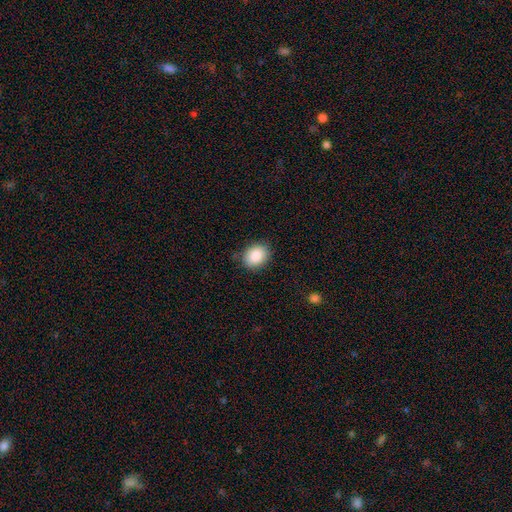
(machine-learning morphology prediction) Smooth or featured: smooth — 88% (star or artifact — 8%)
How rounded: in between — 56% (round — 43%)
Merging: none — 84% (minor disturbance — 12%)